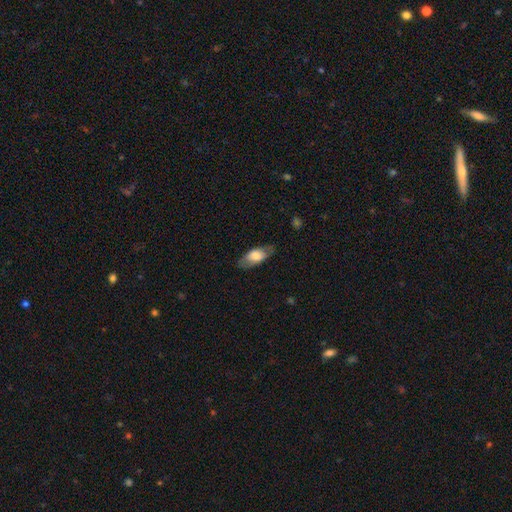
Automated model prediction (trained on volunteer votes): smooth_or_featured: smooth (p=0.66) [alt: featured or disk p=0.27]
how_rounded: in between (p=0.84) [alt: cigar-shaped p=0.12]
merging: none (p=0.77) [alt: minor disturbance p=0.16]